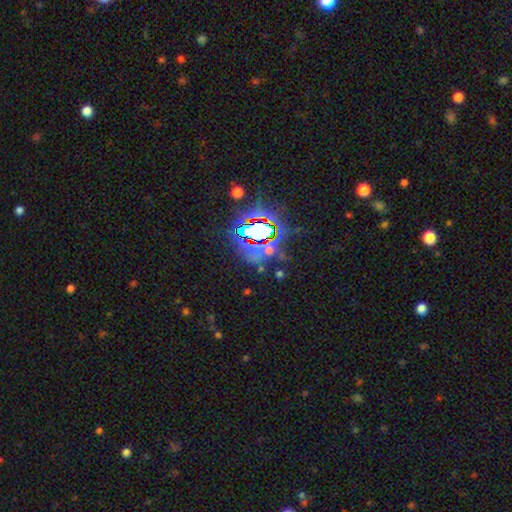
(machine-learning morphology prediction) A star or artifact, not a galaxy (74%).

Vote fractions:
- Smooth or featured? star or artifact: 74% / smooth: 16% / featured or disk: 10%